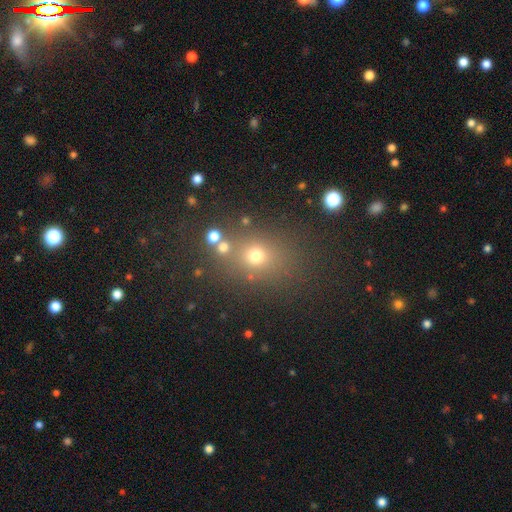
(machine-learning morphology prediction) Smooth or featured? smooth (65%)
How rounded? round (61%)
Merging? none (73%)